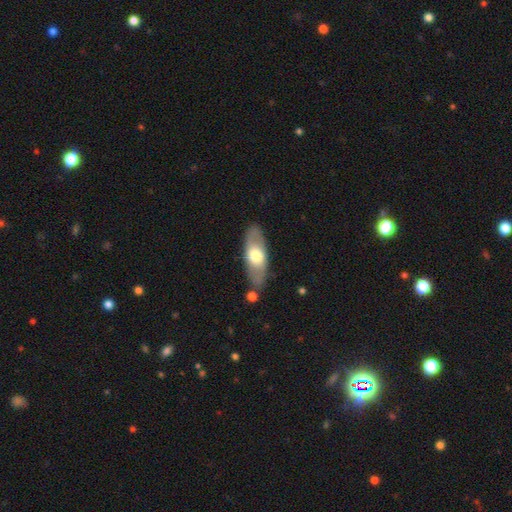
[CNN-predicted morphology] smooth 53%, featured or disk 42%, star or artifact 5%. Down the decision tree: how rounded — in between (74%); merging — none (78%).